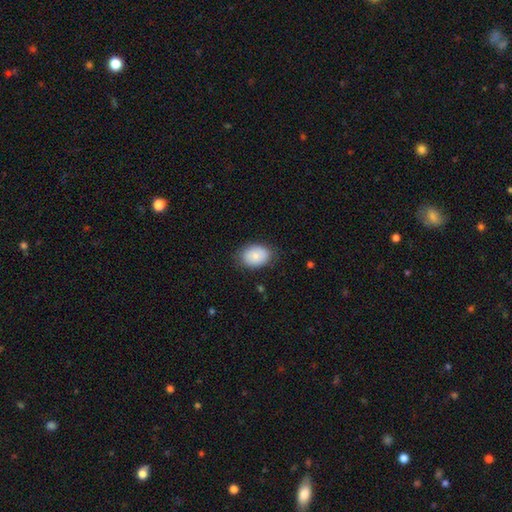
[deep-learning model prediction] This is clearly a smooth galaxy (81%). How rounded: likely in between (75%). Merging: clearly none (80%).